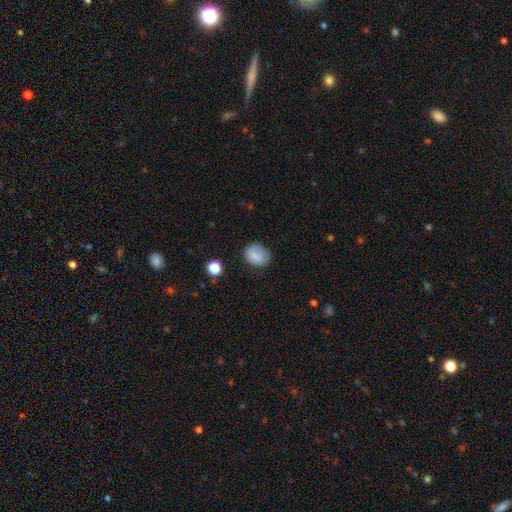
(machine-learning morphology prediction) Smooth or featured?
  - smooth: 76% *
  - featured or disk: 14%
  - star or artifact: 10%
How rounded?
  - in between: 51% *
  - round: 48%
  - cigar-shaped: 1%
Merging?
  - none: 76% *
  - minor disturbance: 18%
  - major disturbance: 5%
  - merger: 2%